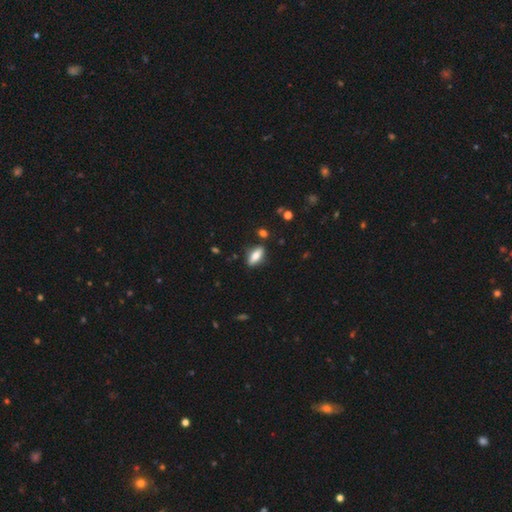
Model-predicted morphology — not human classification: smooth_or_featured: smooth (p=0.74) [alt: featured or disk p=0.19]
how_rounded: in between (p=0.72) [alt: cigar-shaped p=0.25]
merging: none (p=0.83) [alt: minor disturbance p=0.11]